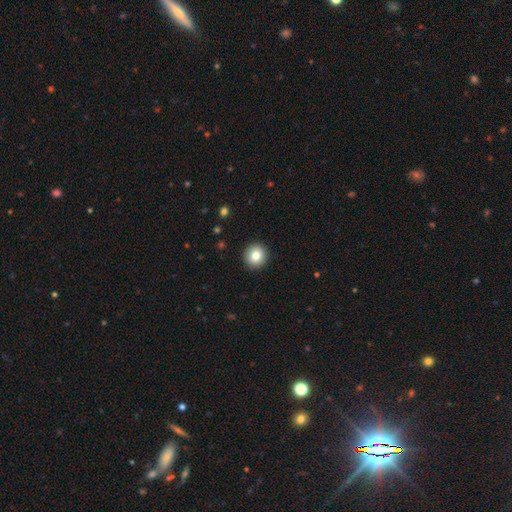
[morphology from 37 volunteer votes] smooth-or-featured: smooth: 92% | featured or disk: 5% | star or artifact: 3%
  how-rounded: round: 88% | in between: 12% | cigar-shaped: 0%
  merging: none: 97% | major disturbance: 3% | minor disturbance: 0% | merger: 0%